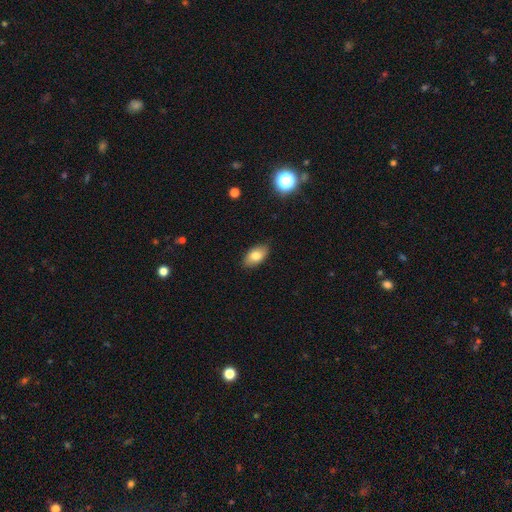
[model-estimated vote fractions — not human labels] Morphology: type=smooth (79%); roundness=in between (92%); merging=none (86%).